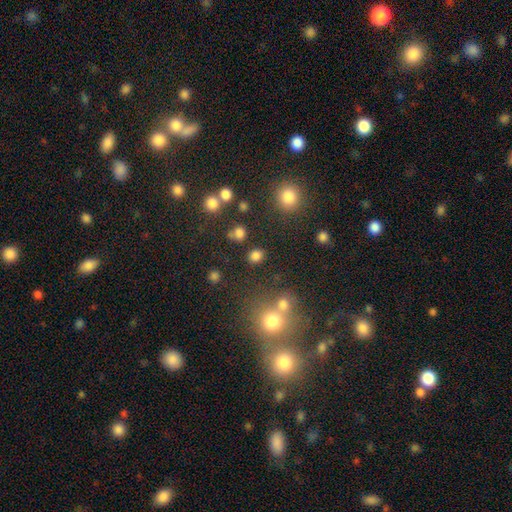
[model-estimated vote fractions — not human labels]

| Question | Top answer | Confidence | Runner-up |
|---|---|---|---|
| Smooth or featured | smooth | 80% | star or artifact (15%) |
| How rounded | round | 72% | in between (27%) |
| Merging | none | 80% | minor disturbance (9%) |